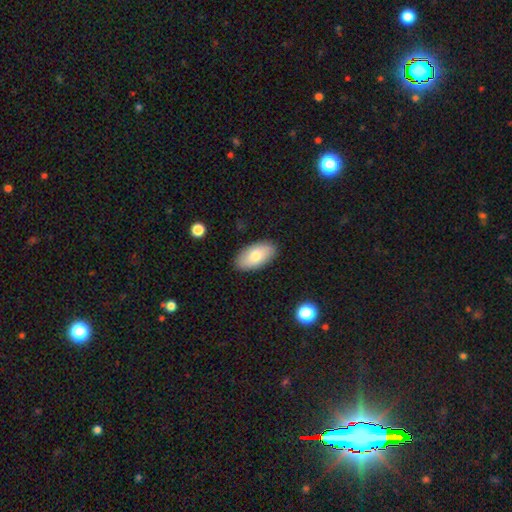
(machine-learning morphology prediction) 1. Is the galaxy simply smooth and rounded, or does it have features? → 75% smooth, 18% featured or disk, 6% star or artifact.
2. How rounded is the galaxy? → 95% in between, 3% round, 2% cigar-shaped.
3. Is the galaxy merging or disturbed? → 87% none, 9% minor disturbance, 2% major disturbance, 1% merger.